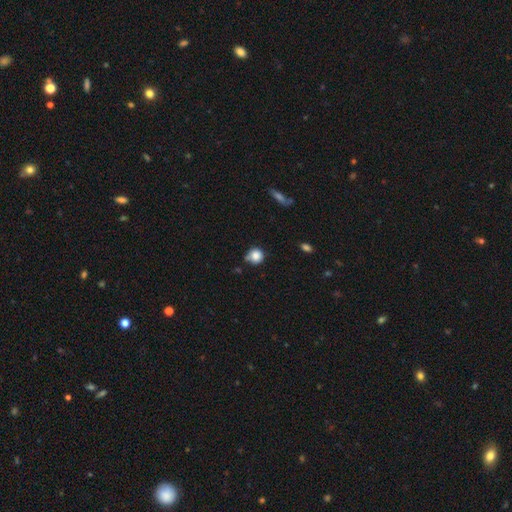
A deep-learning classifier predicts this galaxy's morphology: smooth_or_featured: smooth (p=0.83) [alt: star or artifact p=0.10]
how_rounded: round (p=0.89) [alt: in between p=0.10]
merging: none (p=0.63) [alt: minor disturbance p=0.23]